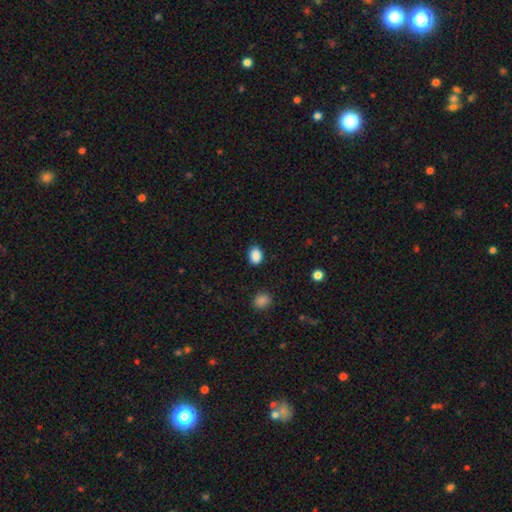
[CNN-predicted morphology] Smooth or featured? smooth (88%)
How rounded? in between (70%)
Merging? none (85%)